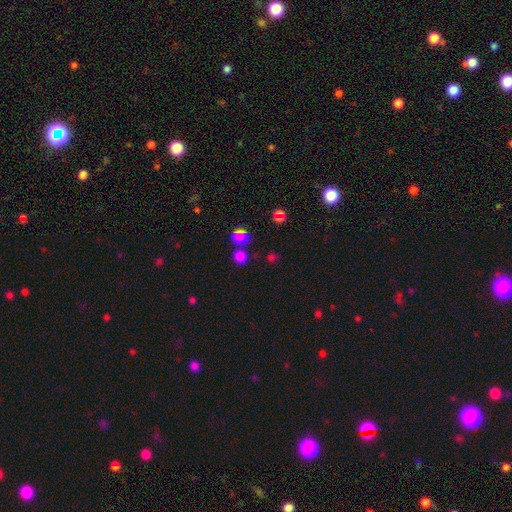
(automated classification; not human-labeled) The model was most divided on "smooth or featured": smooth: 76%, star or artifact: 19%, featured or disk: 5%. More confident: how rounded — round (86%); merging — none (73%).